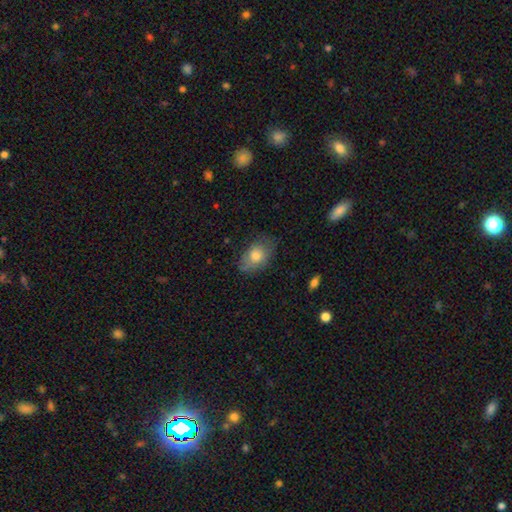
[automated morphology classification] Smooth or featured? smooth (75%)
How rounded? in between (83%)
Merging? none (66%)